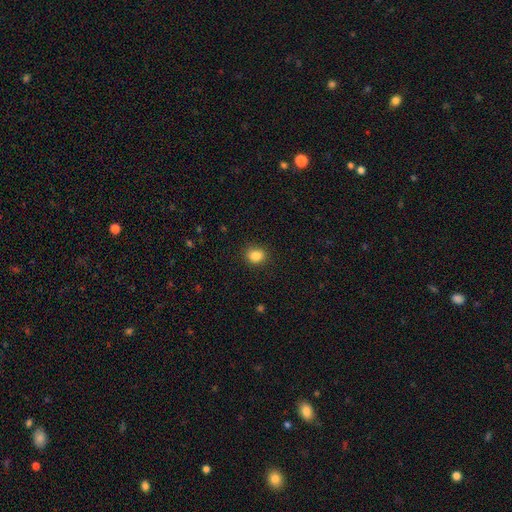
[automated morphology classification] This is clearly a smooth galaxy (86%). How rounded: likely round (65%). Merging: clearly none (87%).